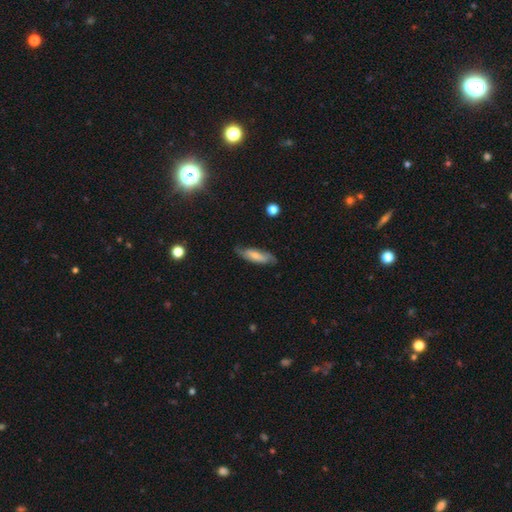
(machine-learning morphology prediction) A smooth galaxy with no disk features (51%) that is cigar-shaped (49%). Merging: none (74%).